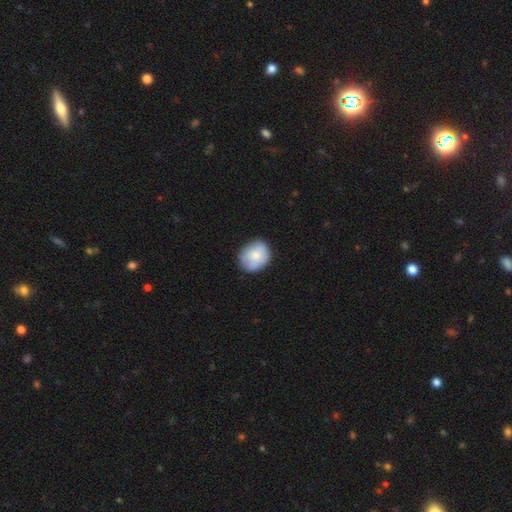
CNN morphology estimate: Q: Smooth or featured?
A: smooth (76%); runner-up: featured or disk (18%)
Q: How rounded?
A: round (65%); runner-up: in between (34%)
Q: Merging?
A: none (76%); runner-up: minor disturbance (18%)